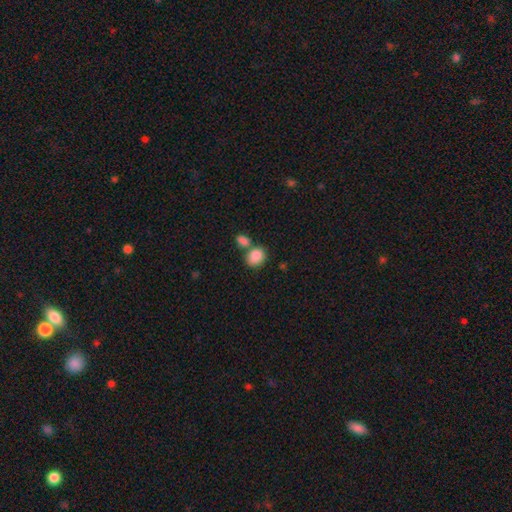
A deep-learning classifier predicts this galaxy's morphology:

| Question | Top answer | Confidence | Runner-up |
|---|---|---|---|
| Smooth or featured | smooth | 87% | star or artifact (8%) |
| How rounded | round | 51% | in between (48%) |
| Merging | none | 45% | merger (40%) |